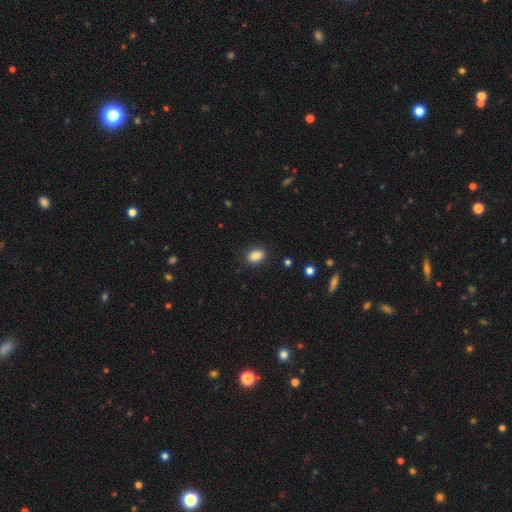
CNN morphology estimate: type=smooth (86%); roundness=in between (79%); merging=none (88%).